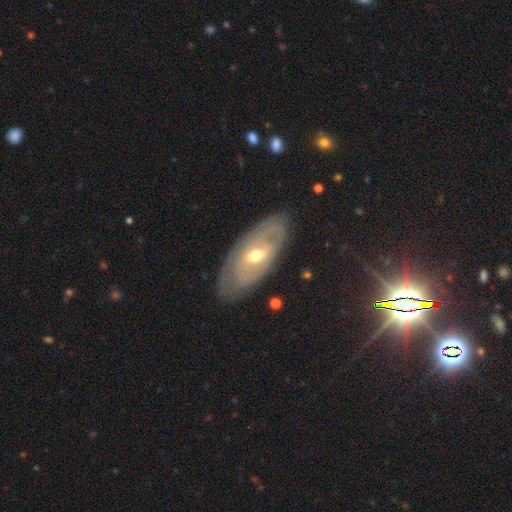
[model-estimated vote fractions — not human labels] This is likely a featured or disk galaxy (71%). It is clearly not viewed edge-on (86%). Bar: marginally no (44%). Spiral arm pattern: possibly yes (57%). Central bulge: possibly moderate (60%). Merging: clearly none (80%).